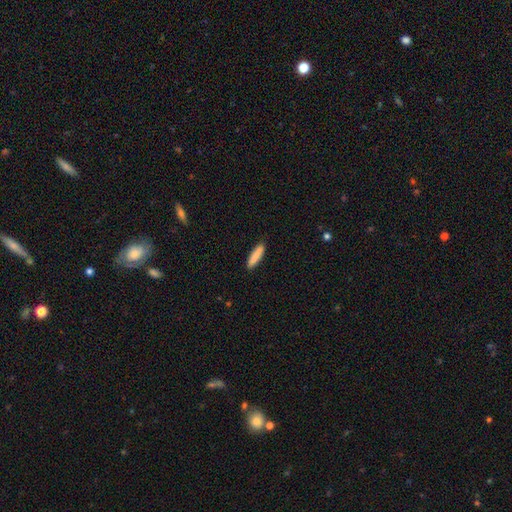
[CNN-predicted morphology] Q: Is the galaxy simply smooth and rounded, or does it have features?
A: smooth — 87%.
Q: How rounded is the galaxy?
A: cigar-shaped — 78%.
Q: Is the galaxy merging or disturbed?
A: none — 90%.